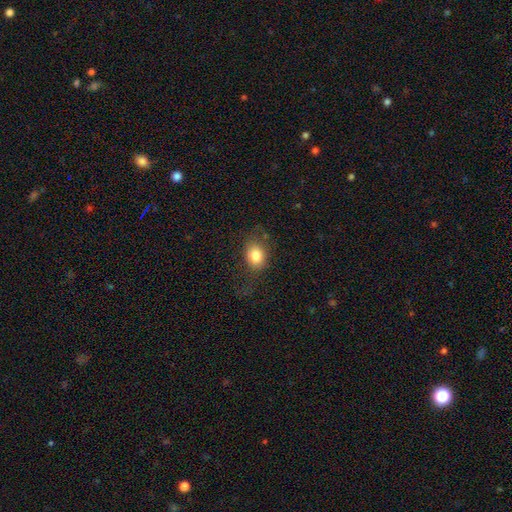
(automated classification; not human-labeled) smooth-or-featured: smooth: 81% | star or artifact: 9% | featured or disk: 9%
  how-rounded: in between: 53% | round: 46% | cigar-shaped: 1%
  merging: none: 61% | minor disturbance: 21% | major disturbance: 16% | merger: 2%